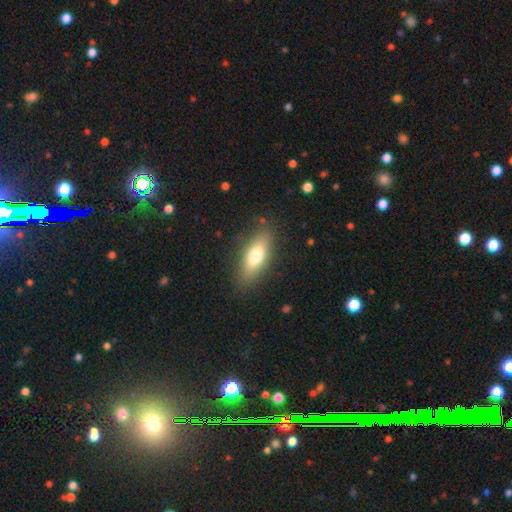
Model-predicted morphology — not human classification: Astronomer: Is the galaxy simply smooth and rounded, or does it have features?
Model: smooth — 70%.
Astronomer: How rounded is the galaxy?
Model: in between — 67%.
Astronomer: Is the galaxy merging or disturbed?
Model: none — 84%.